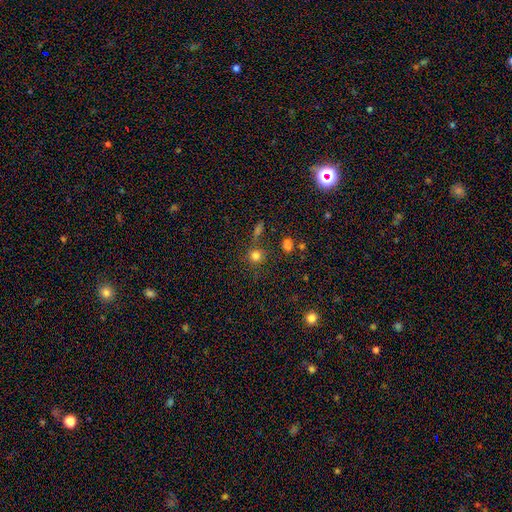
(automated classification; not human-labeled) A smooth galaxy with no disk features (78%) that is round (91%). Merging: none (76%).